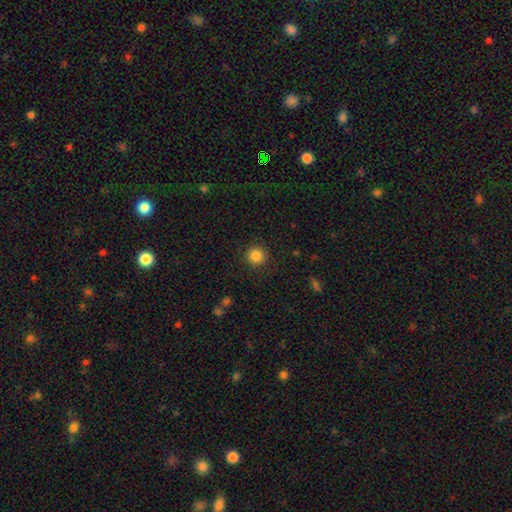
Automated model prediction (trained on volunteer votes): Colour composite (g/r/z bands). It shows a smooth galaxy with no disk features (85%) that is round (93%). Merging: none (89%).